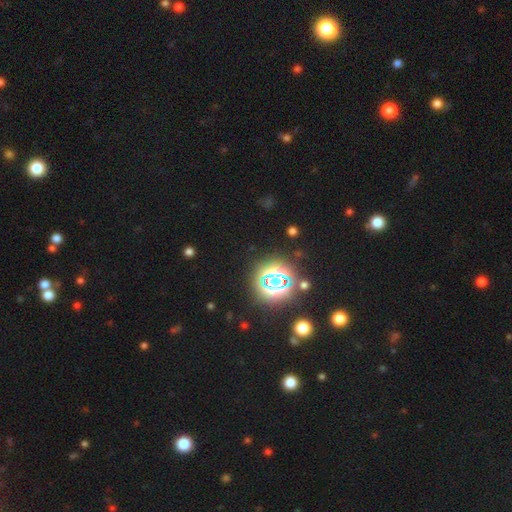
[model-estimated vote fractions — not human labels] A star or artifact, not a galaxy (77%).